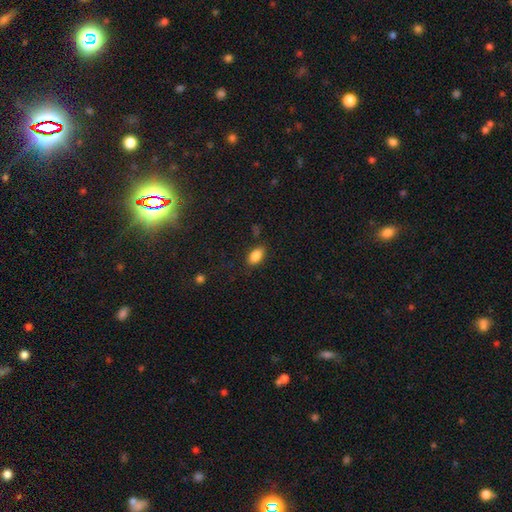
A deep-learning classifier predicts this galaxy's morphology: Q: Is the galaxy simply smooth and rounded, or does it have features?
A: smooth — 86%.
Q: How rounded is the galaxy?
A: in between — 90%.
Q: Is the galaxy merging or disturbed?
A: none — 83%.